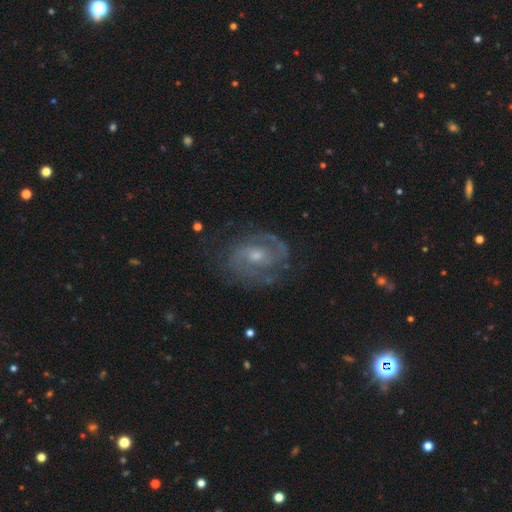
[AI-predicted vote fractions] Smooth or featured? featured or disk (86%)
Edge-on disk? no (97%)
Bar? no (50%)
Spiral arms? yes (95%)
Spiral winding? medium (48%)
Spiral arm count? 2 (78%)
Bulge size? small (48%)
Merging? none (73%)